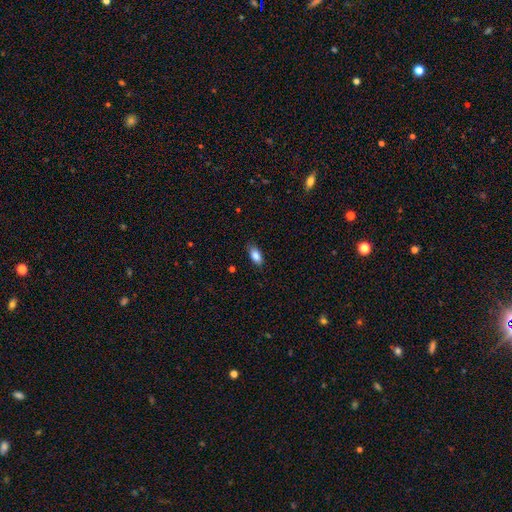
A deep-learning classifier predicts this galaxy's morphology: Smooth or featured: smooth — 85% (featured or disk — 8%)
How rounded: in between — 87% (cigar-shaped — 9%)
Merging: none — 83% (minor disturbance — 14%)